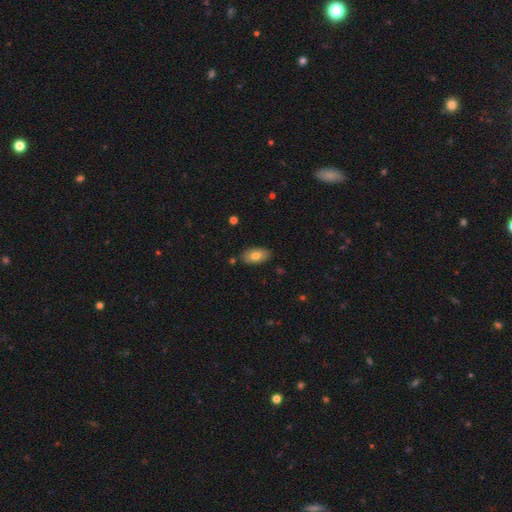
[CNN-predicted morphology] Smooth or featured? Predicted: smooth (p=0.77). How rounded? Predicted: in between (p=0.93). Merging? Predicted: none (p=0.85).